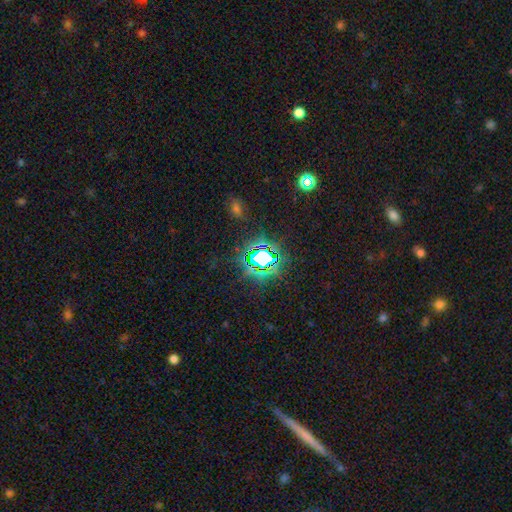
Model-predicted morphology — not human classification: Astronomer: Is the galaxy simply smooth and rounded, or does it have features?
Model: star or artifact — 76%.